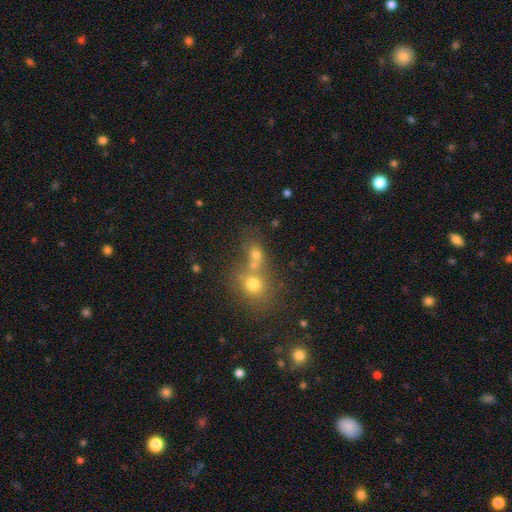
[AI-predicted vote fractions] Smooth or featured? Predicted: smooth (p=0.65). How rounded? Predicted: round (p=0.67). Merging? Predicted: merger (p=0.50).